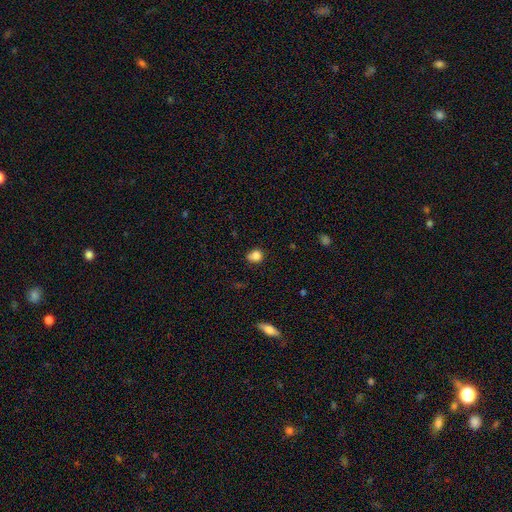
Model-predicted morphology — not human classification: Smooth or featured: smooth — 82% (star or artifact — 12%)
How rounded: round — 75% (in between — 24%)
Merging: none — 59% (minor disturbance — 23%)